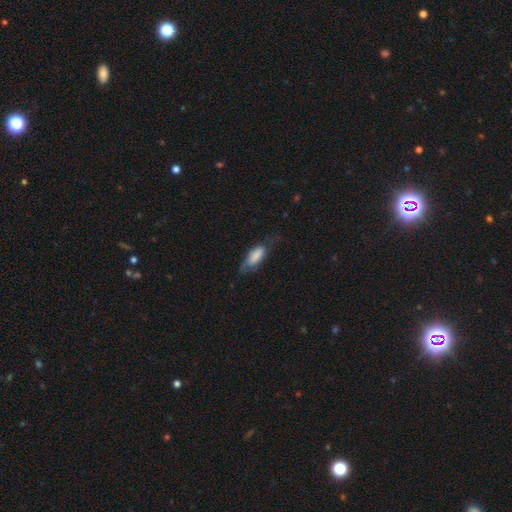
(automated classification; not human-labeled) The model was most divided on "merging": none: 46%, minor disturbance: 33%, major disturbance: 19%, merger: 2%. More confident: how rounded — in between (76%); smooth or featured — smooth (74%).